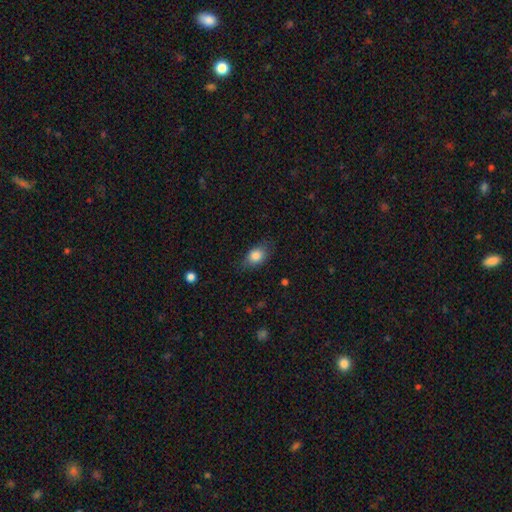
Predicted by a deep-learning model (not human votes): Morphology: type=smooth (83%); roundness=in between (73%); merging=none (75%).